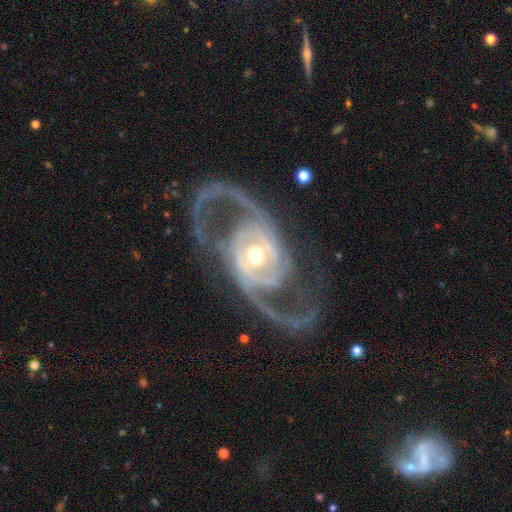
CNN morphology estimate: Overall: featured or disk (91%). Edge-on disk: no (96%). Bar: no (52%; weak 29%). Spiral arms: yes (95%). Spiral arm count: 2 (81%). Spiral winding: medium (42%; loose 38%). Bulge size: moderate (72%). Merging: none (62%).